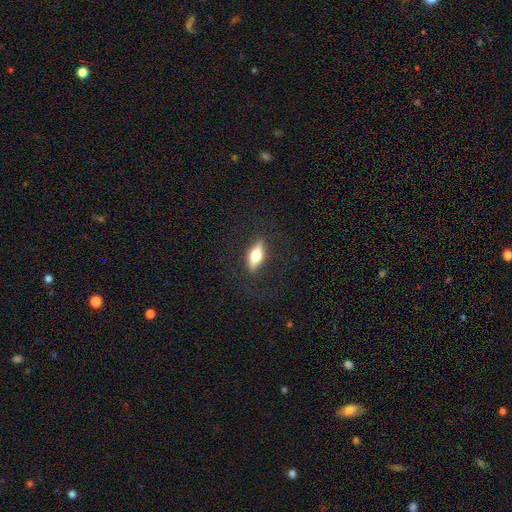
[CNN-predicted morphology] smooth_or_featured: smooth (p=0.58) [alt: featured or disk p=0.35]
how_rounded: in between (p=0.57) [alt: cigar-shaped p=0.40]
merging: none (p=0.84) [alt: minor disturbance p=0.11]